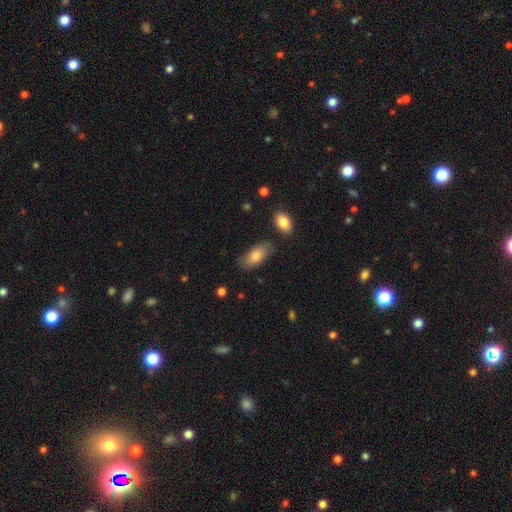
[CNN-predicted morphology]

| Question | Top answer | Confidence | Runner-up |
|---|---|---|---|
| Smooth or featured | smooth | 79% | featured or disk (14%) |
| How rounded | in between | 92% | cigar-shaped (6%) |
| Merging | none | 75% | minor disturbance (17%) |